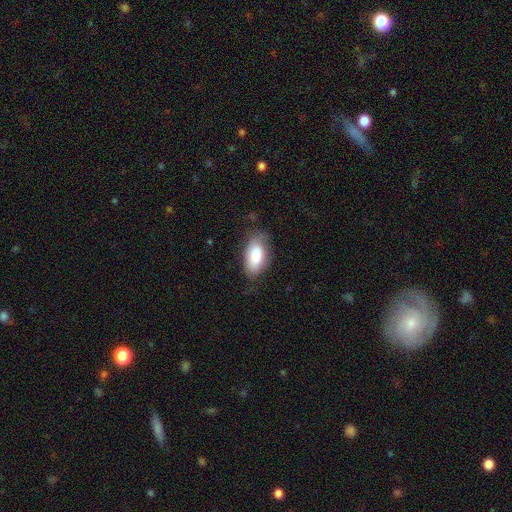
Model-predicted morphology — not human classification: smooth_or_featured: smooth (p=0.84) [alt: featured or disk p=0.10]
how_rounded: in between (p=0.93) [alt: cigar-shaped p=0.03]
merging: none (p=0.68) [alt: minor disturbance p=0.24]